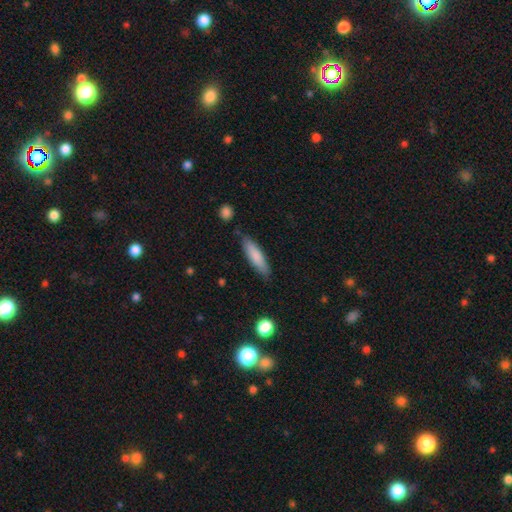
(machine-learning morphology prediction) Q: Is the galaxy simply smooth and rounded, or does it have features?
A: smooth — 80%.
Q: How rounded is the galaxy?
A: cigar-shaped — 72%.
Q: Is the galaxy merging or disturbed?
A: none — 82%.